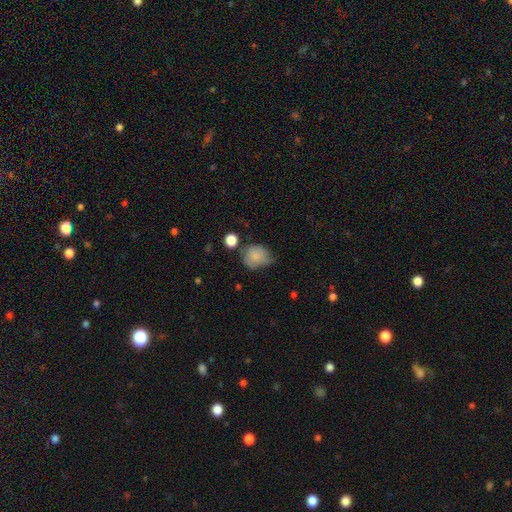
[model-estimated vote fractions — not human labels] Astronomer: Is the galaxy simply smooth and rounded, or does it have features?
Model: smooth — 81%.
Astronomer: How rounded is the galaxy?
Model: round — 67%.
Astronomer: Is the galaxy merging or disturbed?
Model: none — 47% (runner-up: minor disturbance, 35%).